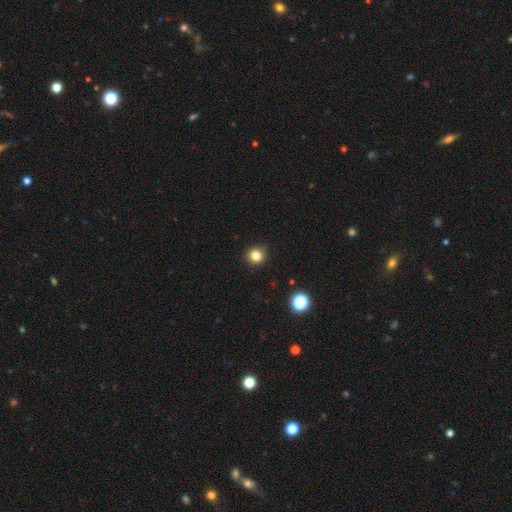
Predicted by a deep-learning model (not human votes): This is clearly a smooth galaxy (82%). How rounded: clearly round (89%). Merging: clearly none (88%).